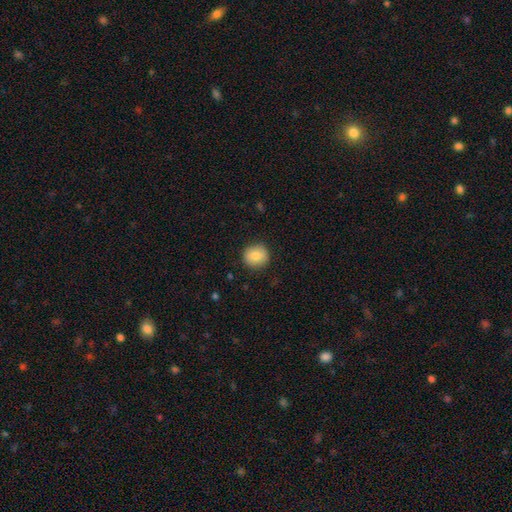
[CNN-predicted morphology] The model was most divided on "smooth or featured": smooth: 83%, featured or disk: 9%, star or artifact: 8%. More confident: how rounded — round (90%); merging — none (89%).